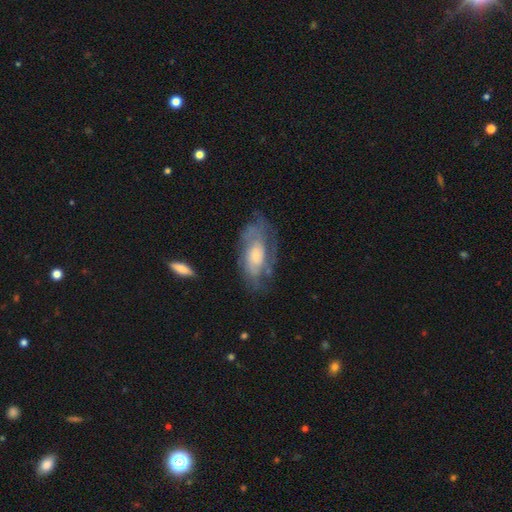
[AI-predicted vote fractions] smooth-or-featured: featured or disk: 68% | smooth: 25% | star or artifact: 7%
  disk-edge-on: no: 93% | yes: 7%
    bar: no: 75% | weak: 21% | strong: 4%
    has-spiral-arms: yes: 78% | no: 22%
    bulge-size: moderate: 35% | small: 33% | large: 21% | none: 8% | dominant: 3%
  merging: none: 55% | minor disturbance: 24% | major disturbance: 18% | merger: 2%